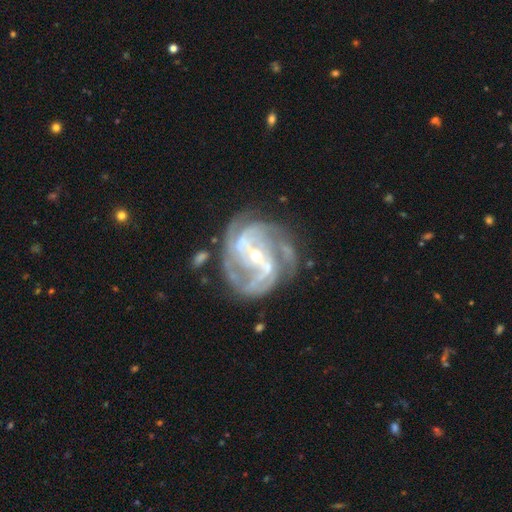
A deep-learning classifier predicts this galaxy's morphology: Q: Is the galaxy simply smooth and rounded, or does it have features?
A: featured or disk — 91%.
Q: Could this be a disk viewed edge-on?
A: no — 98%.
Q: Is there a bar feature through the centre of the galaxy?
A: strong — 48%.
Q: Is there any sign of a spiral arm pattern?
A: yes — 97%.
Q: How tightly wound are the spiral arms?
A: medium — 45%.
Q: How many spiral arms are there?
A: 2 — 29%, tied with 3.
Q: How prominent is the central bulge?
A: small — 66%.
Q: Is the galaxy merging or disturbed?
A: none — 63%.